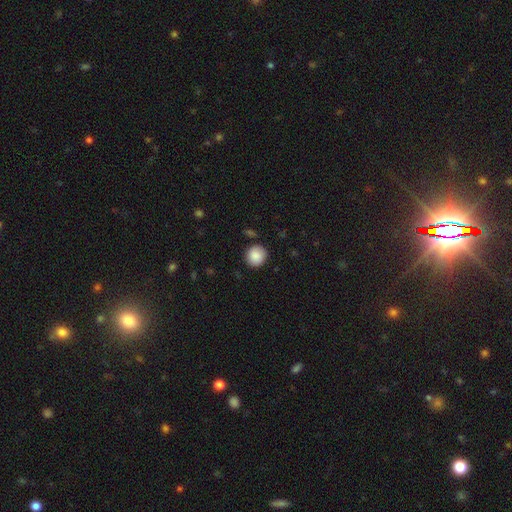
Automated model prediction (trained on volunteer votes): smooth-or-featured: smooth: 88% | star or artifact: 8% | featured or disk: 4%
  how-rounded: round: 89% | in between: 10% | cigar-shaped: 1%
  merging: none: 87% | minor disturbance: 9% | major disturbance: 2% | merger: 2%